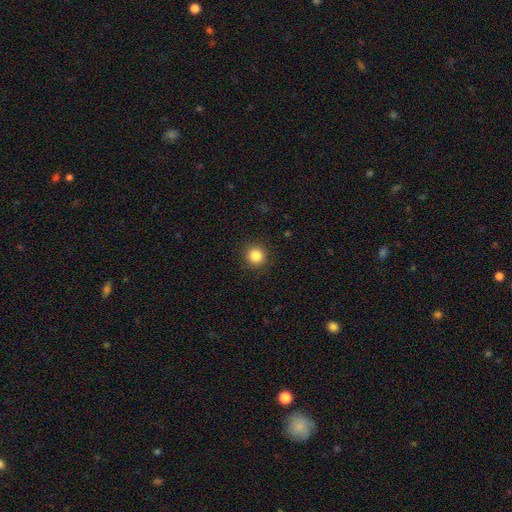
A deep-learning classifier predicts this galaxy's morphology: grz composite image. It shows a smooth galaxy with no disk features (85%) that is round (95%). Merging: none (91%).